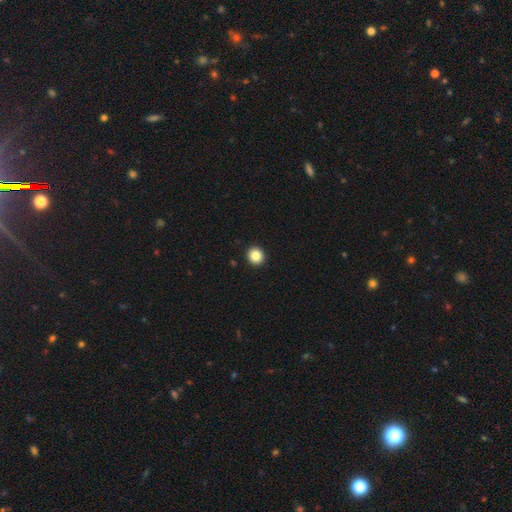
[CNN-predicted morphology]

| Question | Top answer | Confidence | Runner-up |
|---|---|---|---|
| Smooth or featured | smooth | 86% | star or artifact (10%) |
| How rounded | round | 90% | in between (9%) |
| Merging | none | 93% | minor disturbance (4%) |